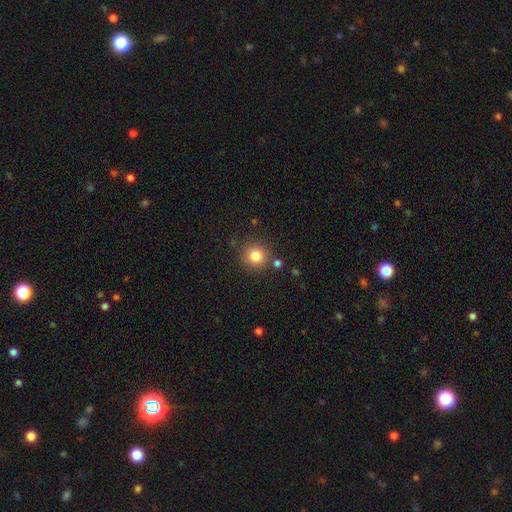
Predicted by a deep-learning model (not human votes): smooth 82%, star or artifact 12%, featured or disk 6%. Down the decision tree: how rounded — round (92%); merging — none (82%).